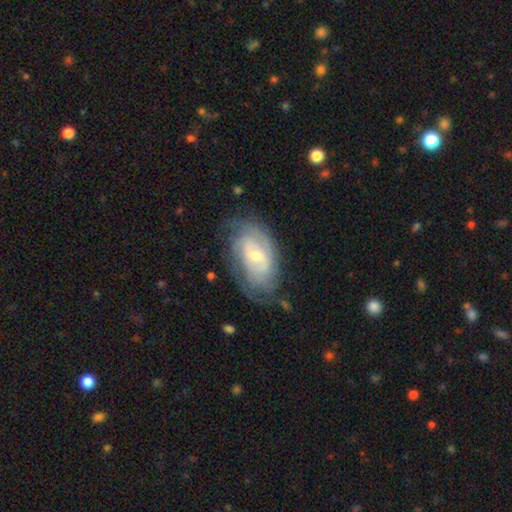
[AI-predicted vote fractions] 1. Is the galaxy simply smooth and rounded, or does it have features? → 76% featured or disk, 18% smooth, 6% star or artifact.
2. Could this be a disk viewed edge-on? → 95% no, 5% yes.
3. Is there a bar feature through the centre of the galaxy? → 47% weak, 40% no, 13% strong.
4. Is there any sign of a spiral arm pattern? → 89% yes, 11% no.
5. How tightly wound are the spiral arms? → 61% tight, 29% medium, 10% loose.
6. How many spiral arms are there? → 46% can't tell, 32% 2, 11% 3, 5% 4, 4% 1, 3% more than 4.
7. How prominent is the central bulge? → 56% small, 39% moderate, 2% large, 2% none, 1% dominant.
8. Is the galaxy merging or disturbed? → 65% none, 23% minor disturbance, 10% major disturbance, 2% merger.